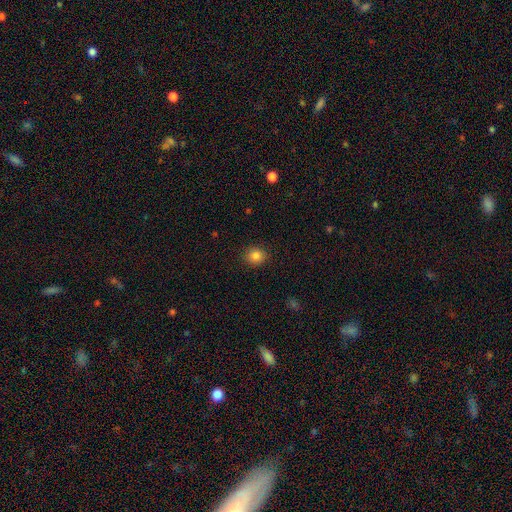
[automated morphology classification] type=smooth (85%); roundness=round (79%); merging=none (89%).